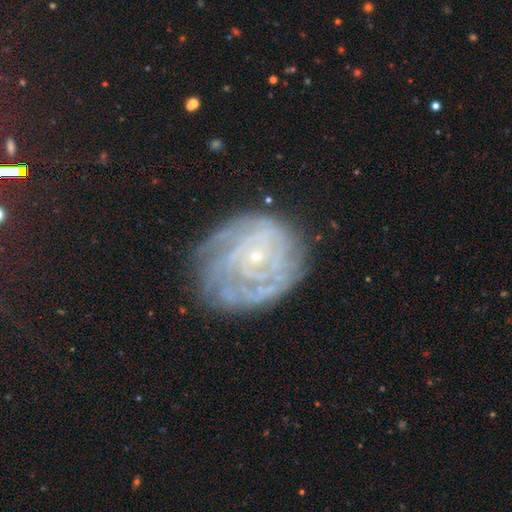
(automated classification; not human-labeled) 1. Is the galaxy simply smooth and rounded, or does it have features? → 83% featured or disk, 10% smooth, 7% star or artifact.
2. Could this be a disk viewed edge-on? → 97% no, 3% yes.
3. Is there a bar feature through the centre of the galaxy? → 77% no, 18% weak, 6% strong.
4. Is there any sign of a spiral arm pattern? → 93% yes, 7% no.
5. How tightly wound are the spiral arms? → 79% tight, 17% medium, 4% loose.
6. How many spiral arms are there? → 36% can't tell, 17% 3, 16% 4, 15% 2, 9% more than 4, 7% 1.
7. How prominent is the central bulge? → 87% small, 9% moderate, 2% none, 1% large, 1% dominant.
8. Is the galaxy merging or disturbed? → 67% none, 22% minor disturbance, 10% major disturbance, 2% merger.